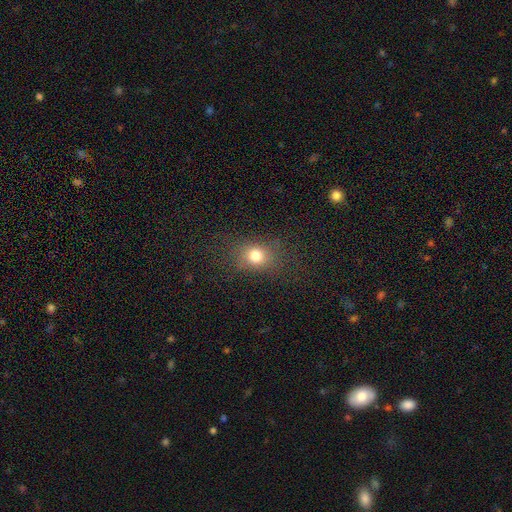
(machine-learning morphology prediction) Smooth or featured? smooth (77%)
How rounded? round (61%)
Merging? none (76%)